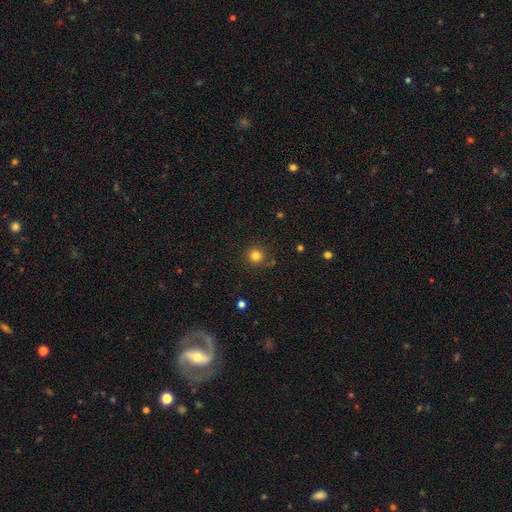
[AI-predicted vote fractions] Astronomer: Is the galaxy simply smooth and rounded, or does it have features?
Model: smooth — 81%.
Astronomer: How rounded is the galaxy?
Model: round — 94%.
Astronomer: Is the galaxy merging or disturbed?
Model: none — 84%.